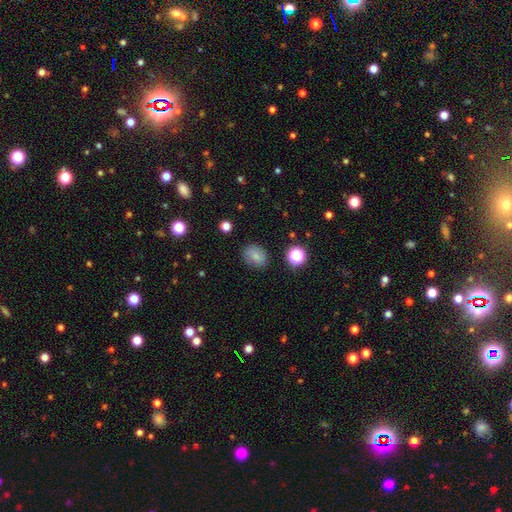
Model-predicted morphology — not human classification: smooth_or_featured: smooth (p=0.78) [alt: star or artifact p=0.12]
how_rounded: in between (p=0.60) [alt: round p=0.38]
merging: none (p=0.84) [alt: minor disturbance p=0.11]